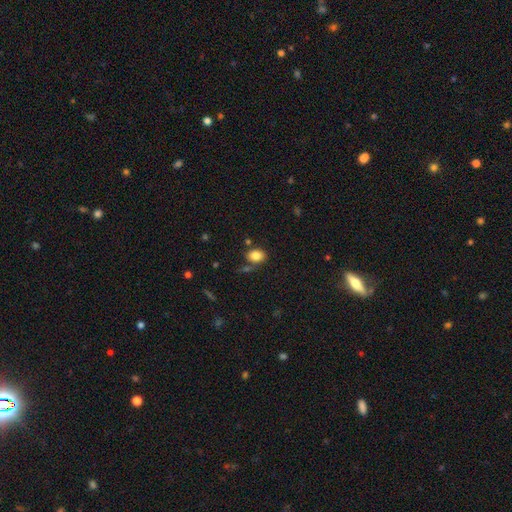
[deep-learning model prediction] The model was most divided on "how rounded": in between: 69%, round: 30%, cigar-shaped: 1%. More confident: smooth or featured — smooth (83%); merging — none (71%).